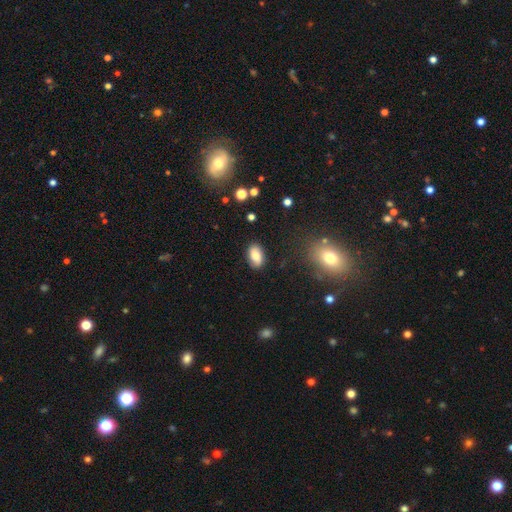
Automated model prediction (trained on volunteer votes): This appears to be a smooth galaxy with no disk features (76%) that is in between round and cigar-shaped (92%). Merging: none (85%).